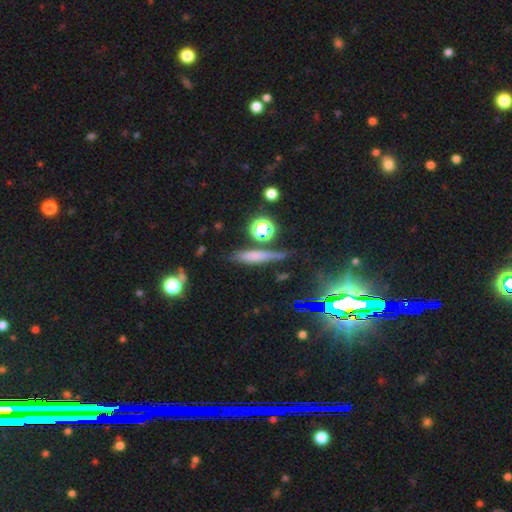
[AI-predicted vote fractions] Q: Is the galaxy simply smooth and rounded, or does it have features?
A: smooth — 59%.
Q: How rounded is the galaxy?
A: cigar-shaped — 78%.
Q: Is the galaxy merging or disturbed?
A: none — 72%.